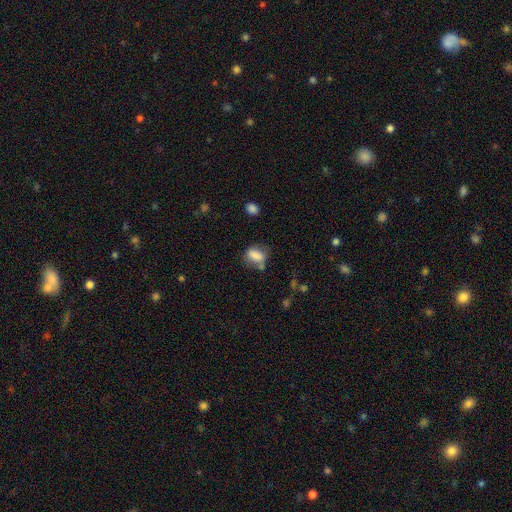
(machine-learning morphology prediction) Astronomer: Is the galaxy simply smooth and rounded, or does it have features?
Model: smooth — 82%.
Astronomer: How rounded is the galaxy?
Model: in between — 74%.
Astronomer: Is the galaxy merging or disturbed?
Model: none — 55%.